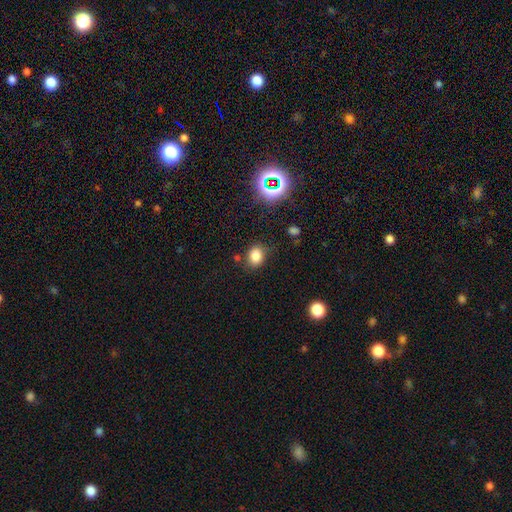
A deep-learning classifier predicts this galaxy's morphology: smooth 79%, star or artifact 14%, featured or disk 6%. Down the decision tree: how rounded — in between (54%); merging — none (75%).